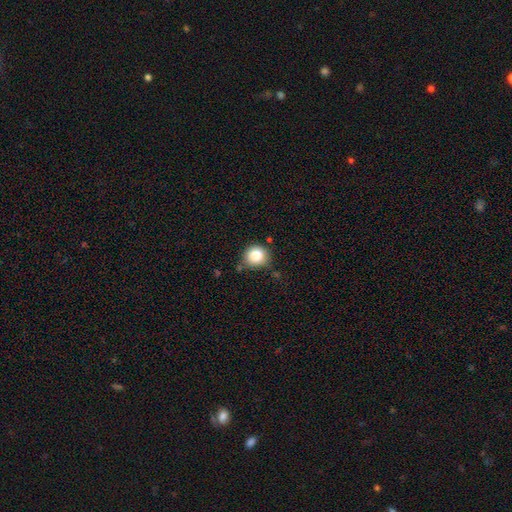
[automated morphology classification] type=smooth (82%); roundness=round (88%); merging=none (77%).